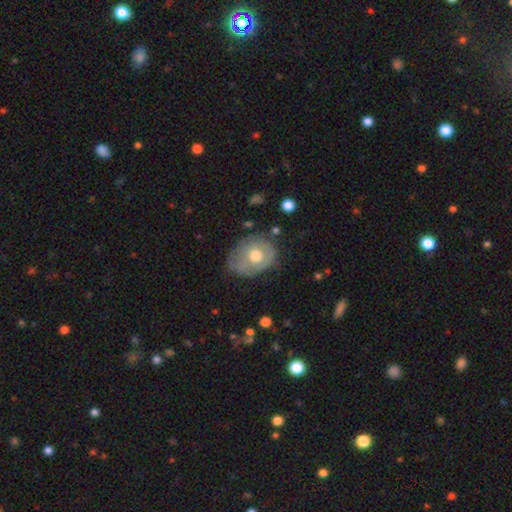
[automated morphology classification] Q: Smooth or featured?
A: smooth (54%); runner-up: featured or disk (39%)
Q: How rounded?
A: in between (51%); runner-up: round (48%)
Q: Merging?
A: none (53%); runner-up: minor disturbance (31%)